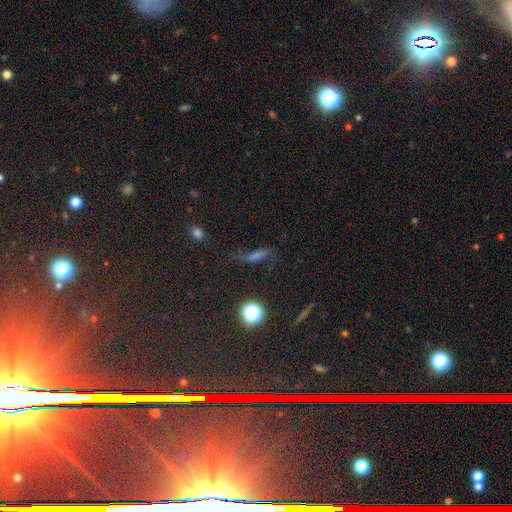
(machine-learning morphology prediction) smooth-or-featured: smooth: 41% | star or artifact: 32% | featured or disk: 27%
  merging: none: 56% | minor disturbance: 21% | major disturbance: 18% | merger: 5%